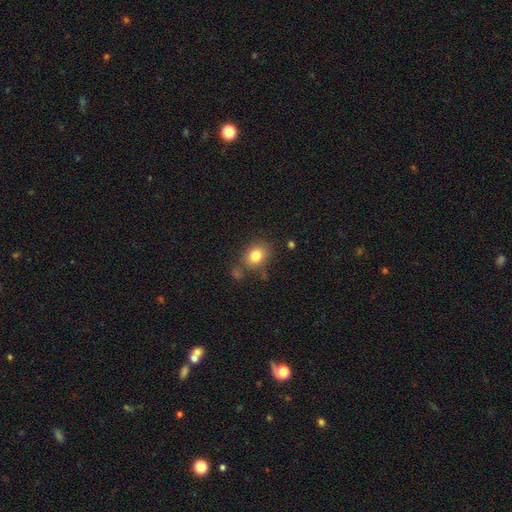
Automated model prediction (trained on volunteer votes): This appears to be a smooth galaxy with no disk features (81%) that is round (52%). Merging: none (70%).